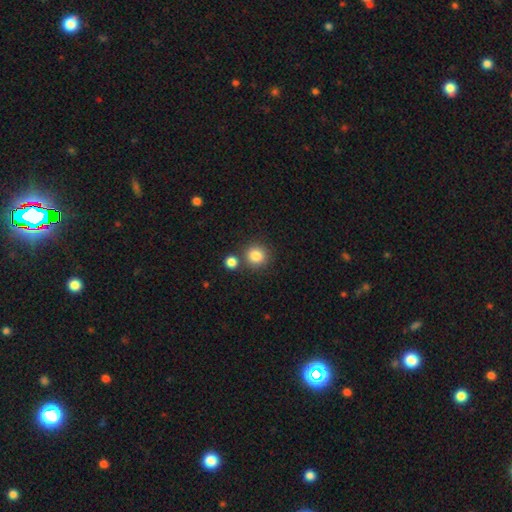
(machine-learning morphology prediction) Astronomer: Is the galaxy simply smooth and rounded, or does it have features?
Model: smooth — 84%.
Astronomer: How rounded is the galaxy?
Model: round — 90%.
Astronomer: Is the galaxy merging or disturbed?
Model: none — 76%.